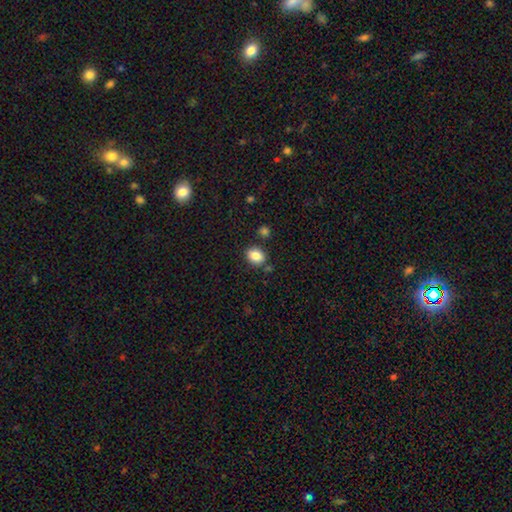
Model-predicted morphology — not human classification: Q: Smooth or featured?
A: smooth (85%); runner-up: star or artifact (9%)
Q: How rounded?
A: round (50%); runner-up: in between (49%)
Q: Merging?
A: none (81%); runner-up: minor disturbance (10%)